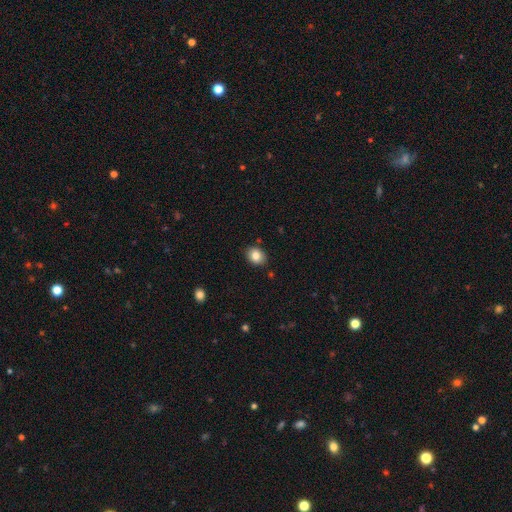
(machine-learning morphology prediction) Q: Smooth or featured?
A: smooth (84%); runner-up: star or artifact (9%)
Q: How rounded?
A: in between (56%); runner-up: round (43%)
Q: Merging?
A: none (87%); runner-up: minor disturbance (10%)